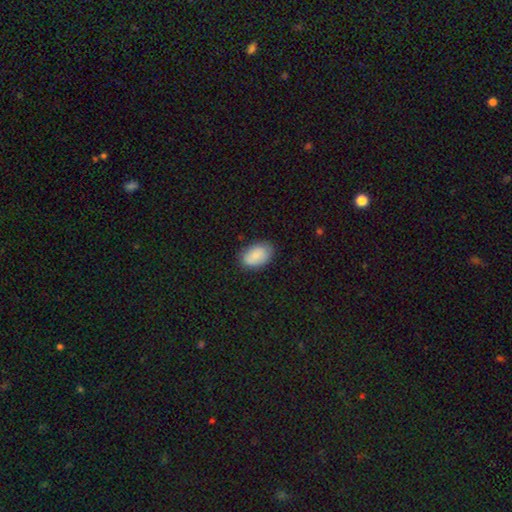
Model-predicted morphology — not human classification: Q: Smooth or featured?
A: smooth (86%); runner-up: featured or disk (8%)
Q: How rounded?
A: in between (91%); runner-up: round (7%)
Q: Merging?
A: none (79%); runner-up: minor disturbance (16%)